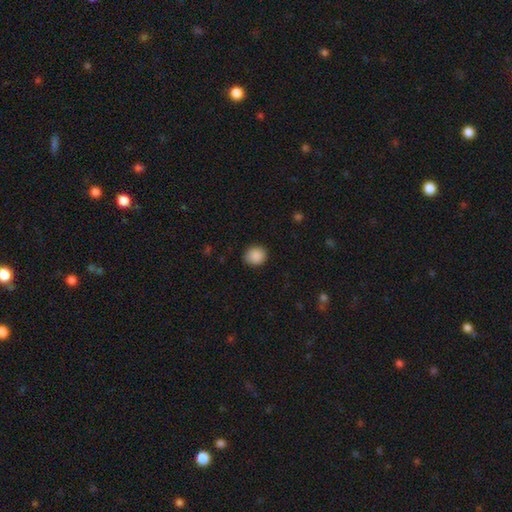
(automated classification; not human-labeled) Smooth or featured? smooth (89%)
How rounded? round (76%)
Merging? none (85%)